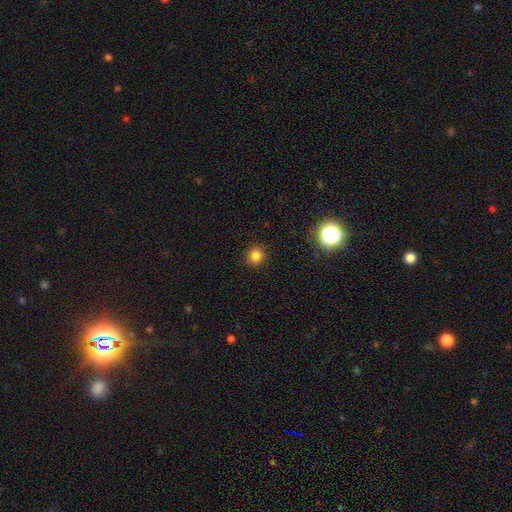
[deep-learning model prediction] Smooth or featured? smooth (81%)
How rounded? round (91%)
Merging? none (90%)